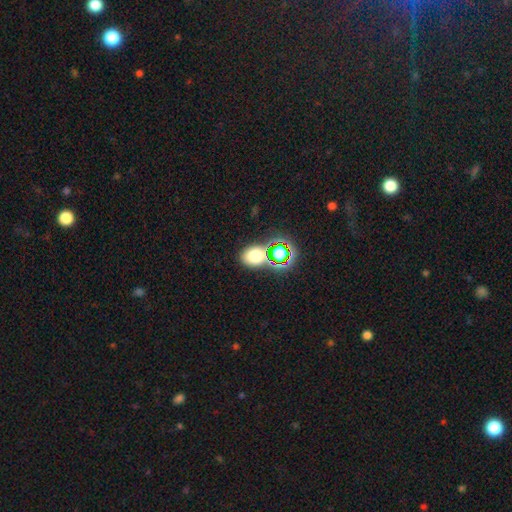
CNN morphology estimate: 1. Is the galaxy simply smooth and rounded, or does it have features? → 64% smooth, 26% star or artifact, 10% featured or disk.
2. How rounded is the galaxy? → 65% in between, 34% round, 1% cigar-shaped.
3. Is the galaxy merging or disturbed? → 68% none, 14% merger, 13% minor disturbance, 5% major disturbance.